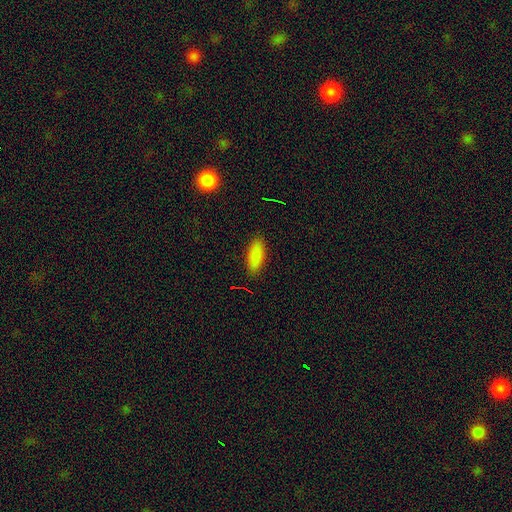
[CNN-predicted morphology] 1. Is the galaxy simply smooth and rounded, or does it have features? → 87% smooth, 8% star or artifact, 5% featured or disk.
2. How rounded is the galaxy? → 80% in between, 19% cigar-shaped, 2% round.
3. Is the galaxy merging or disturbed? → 88% none, 9% minor disturbance, 2% major disturbance, 1% merger.